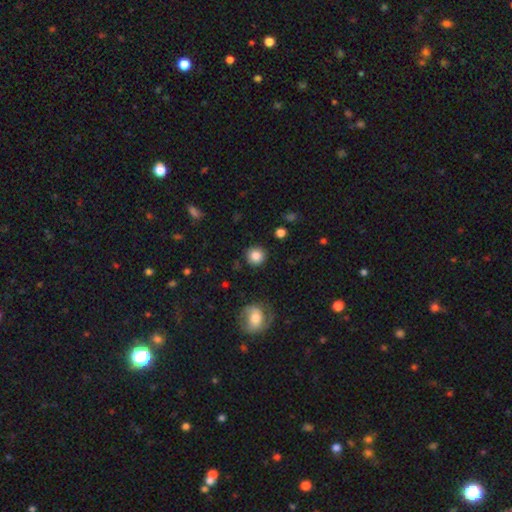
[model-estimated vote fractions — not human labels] A smooth galaxy with no disk features (84%) that is round (93%). Merging: none (89%).